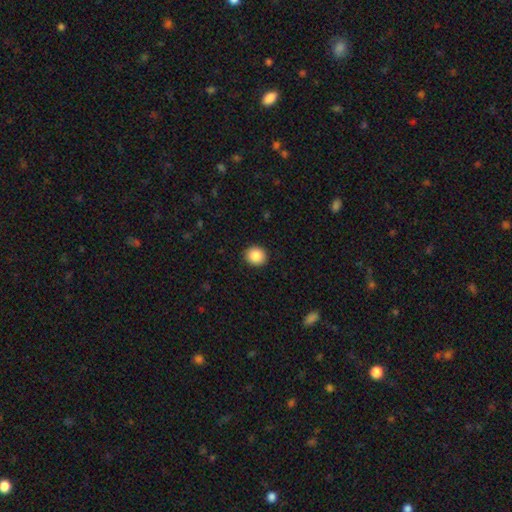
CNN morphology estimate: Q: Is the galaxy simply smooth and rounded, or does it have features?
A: smooth — 87%.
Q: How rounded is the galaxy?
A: round — 83%.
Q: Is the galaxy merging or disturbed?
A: none — 91%.